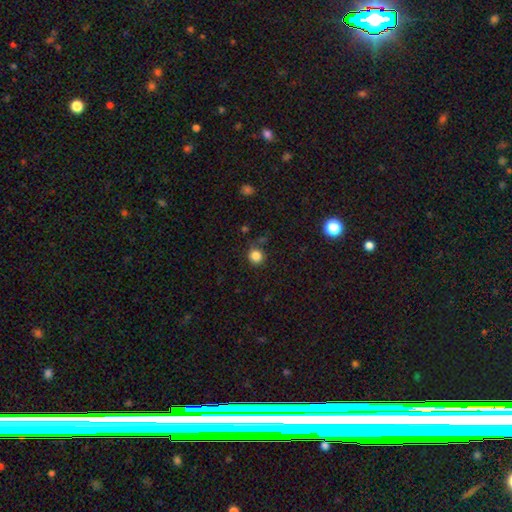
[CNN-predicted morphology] Smooth or featured? smooth (84%)
How rounded? round (89%)
Merging? none (81%)